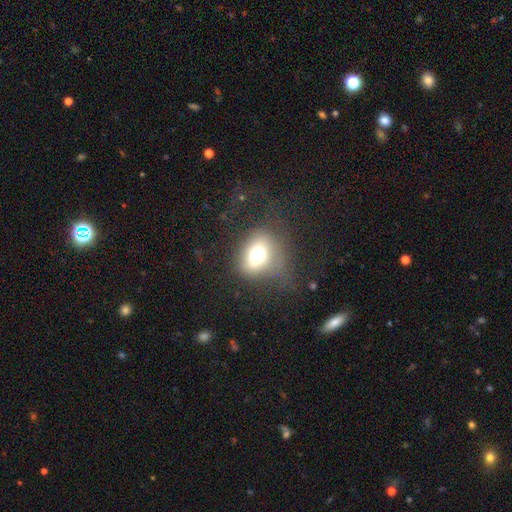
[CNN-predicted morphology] Smooth or featured? Predicted: smooth (p=0.67). How rounded? Predicted: in between (p=0.52). Merging? Predicted: none (p=0.46).